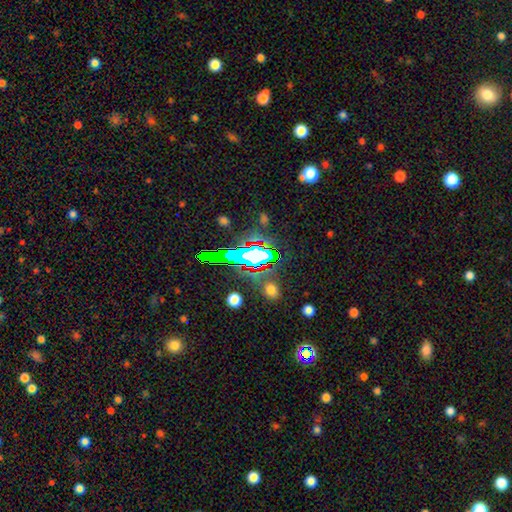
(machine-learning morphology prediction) A star or artifact, not a galaxy (55%).

Vote fractions:
- Smooth or featured? star or artifact: 55% / smooth: 28% / featured or disk: 17%